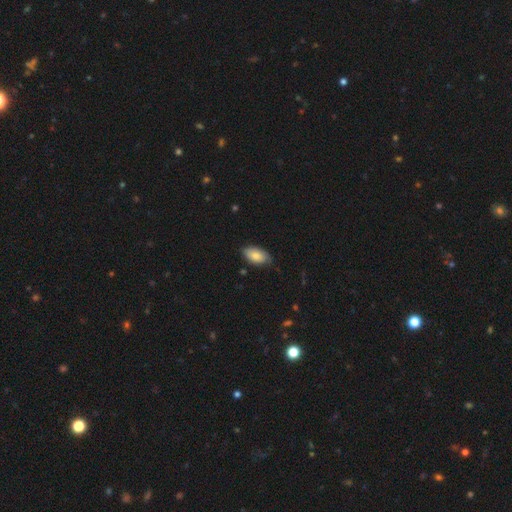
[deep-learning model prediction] The model was most divided on "merging": none: 73%, minor disturbance: 23%, major disturbance: 3%, merger: 1%. More confident: how rounded — in between (94%); smooth or featured — smooth (77%).